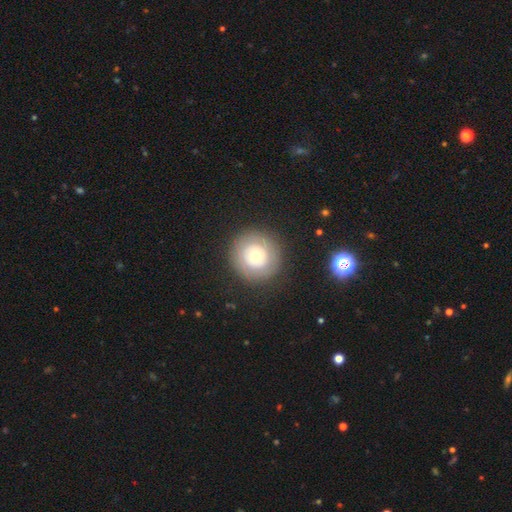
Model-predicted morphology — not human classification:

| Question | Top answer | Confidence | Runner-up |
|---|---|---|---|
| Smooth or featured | smooth | 52% | featured or disk (40%) |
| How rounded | round | 94% | in between (5%) |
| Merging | none | 85% | minor disturbance (9%) |